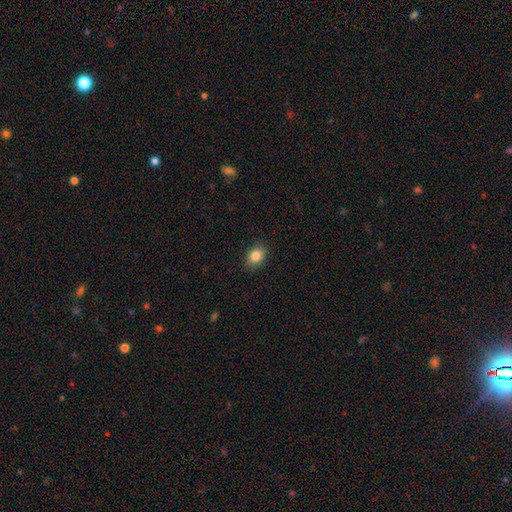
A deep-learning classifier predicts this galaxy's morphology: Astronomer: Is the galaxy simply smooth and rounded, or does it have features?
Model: smooth — 85%.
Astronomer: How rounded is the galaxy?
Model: in between — 70%.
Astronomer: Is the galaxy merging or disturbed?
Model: none — 87%.